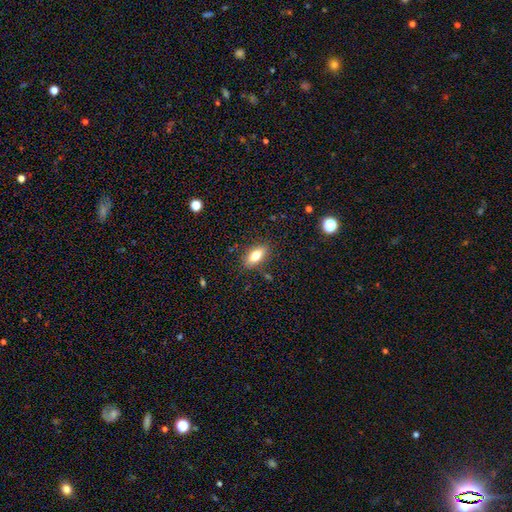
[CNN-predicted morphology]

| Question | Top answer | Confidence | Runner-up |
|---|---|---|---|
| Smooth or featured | smooth | 75% | featured or disk (17%) |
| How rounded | in between | 84% | cigar-shaped (11%) |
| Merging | none | 84% | minor disturbance (11%) |